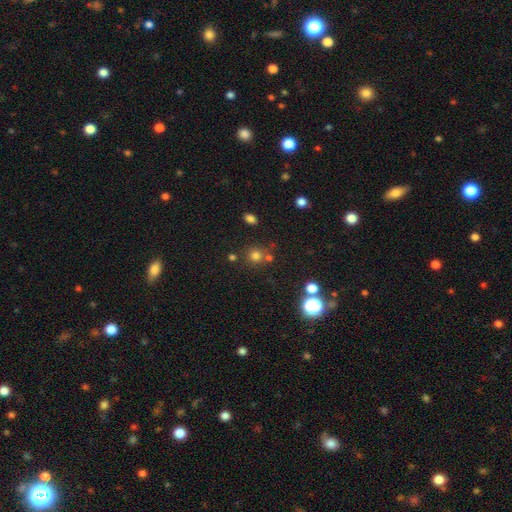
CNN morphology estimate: A smooth galaxy with no disk features (72%) that is round (88%).

Vote fractions:
- Smooth or featured? smooth: 72% / star or artifact: 20% / featured or disk: 8%
- How rounded? round: 88% / in between: 11% / cigar-shaped: 1%
- Merging? none: 70% / merger: 16% / minor disturbance: 10% / major disturbance: 4%